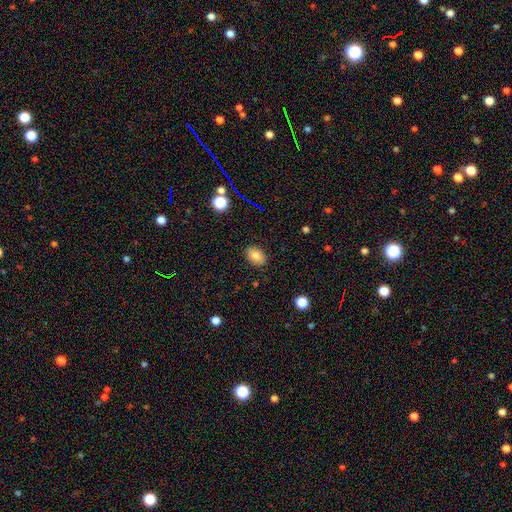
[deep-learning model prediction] Q: Smooth or featured?
A: smooth (80%); runner-up: featured or disk (10%)
Q: How rounded?
A: in between (75%); runner-up: round (24%)
Q: Merging?
A: none (88%); runner-up: minor disturbance (9%)